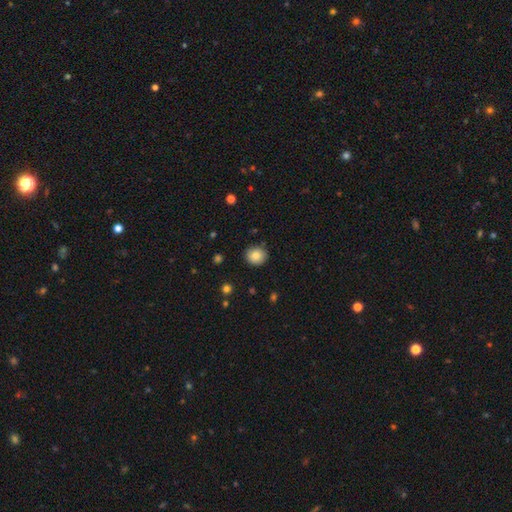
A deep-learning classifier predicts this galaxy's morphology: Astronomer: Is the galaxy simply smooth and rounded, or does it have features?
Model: smooth — 86%.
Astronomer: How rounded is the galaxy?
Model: round — 87%.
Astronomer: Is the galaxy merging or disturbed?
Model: none — 88%.